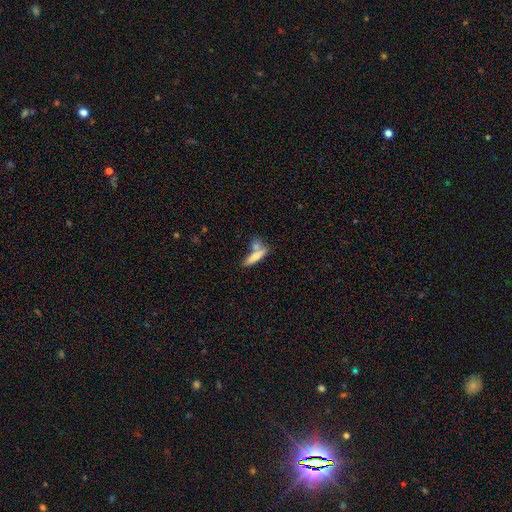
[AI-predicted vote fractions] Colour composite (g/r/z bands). It shows a smooth galaxy with no disk features (67%) that is cigar-shaped (72%). Merging: none (47%).